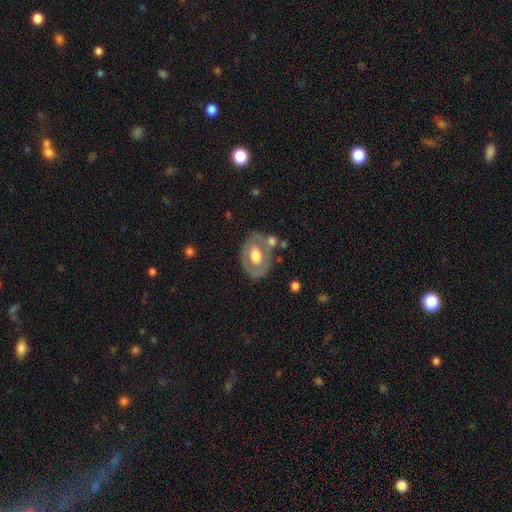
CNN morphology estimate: Q: Smooth or featured?
A: featured or disk (51%); runner-up: smooth (43%)
Q: Edge-on disk?
A: no (93%); runner-up: yes (7%)
Q: Merging?
A: none (59%); runner-up: minor disturbance (20%)